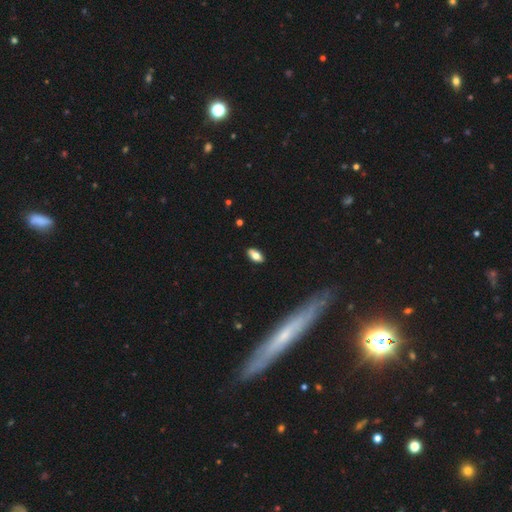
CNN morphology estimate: The model was most divided on "smooth or featured": smooth: 72%, featured or disk: 20%, star or artifact: 8%. More confident: merging — none (87%); how rounded — in between (87%).